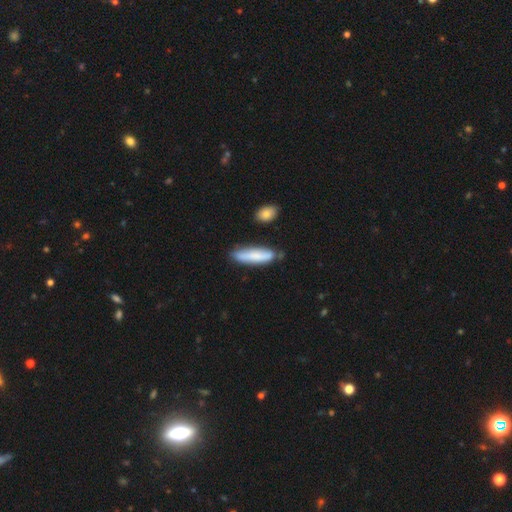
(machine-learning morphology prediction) Smooth or featured: smooth — 78% (featured or disk — 16%)
How rounded: cigar-shaped — 73% (in between — 25%)
Merging: none — 71% (minor disturbance — 20%)